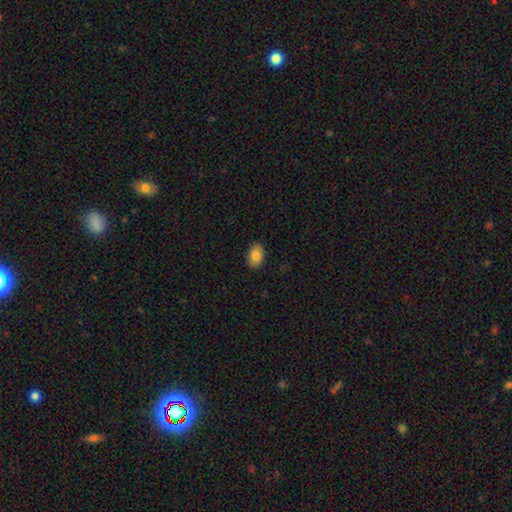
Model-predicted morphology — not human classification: A smooth galaxy with no disk features (83%) that is in between round and cigar-shaped (84%).

Vote fractions:
- Smooth or featured? smooth: 83% / featured or disk: 9% / star or artifact: 8%
- How rounded? in between: 84% / round: 15% / cigar-shaped: 1%
- Merging? none: 87% / minor disturbance: 10% / major disturbance: 2% / merger: 1%